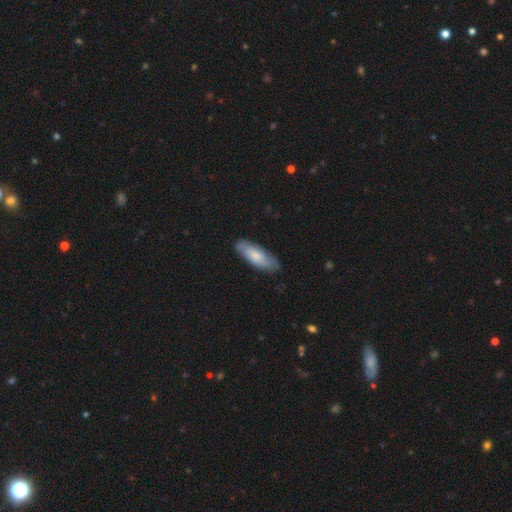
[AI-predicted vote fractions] Smooth or featured: smooth — 69% (featured or disk — 25%)
How rounded: in between — 65% (cigar-shaped — 34%)
Merging: none — 81% (minor disturbance — 15%)